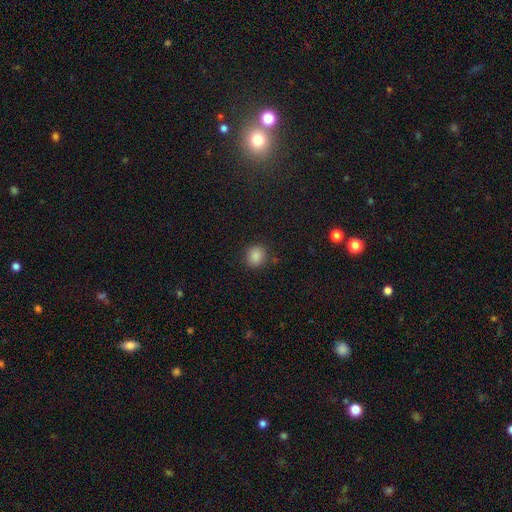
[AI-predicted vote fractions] Q: Smooth or featured?
A: smooth (86%); runner-up: star or artifact (11%)
Q: How rounded?
A: round (76%); runner-up: in between (23%)
Q: Merging?
A: none (84%); runner-up: minor disturbance (10%)